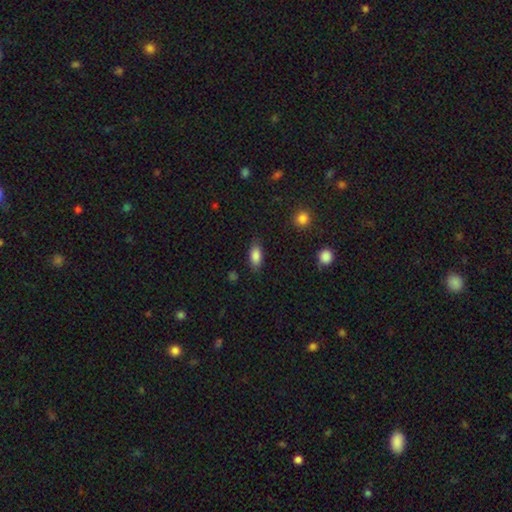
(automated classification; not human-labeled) A smooth galaxy with no disk features (86%) that is in between round and cigar-shaped (88%). Merging: none (83%).